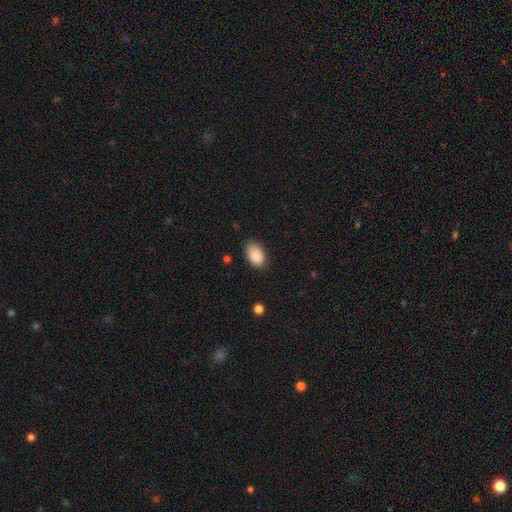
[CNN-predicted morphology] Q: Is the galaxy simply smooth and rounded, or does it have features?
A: smooth — 89%.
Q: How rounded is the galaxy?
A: in between — 90%.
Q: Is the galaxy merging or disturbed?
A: none — 79%.